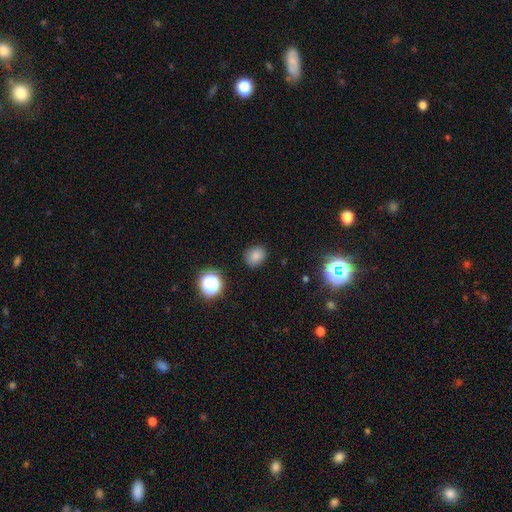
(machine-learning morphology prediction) Q: Smooth or featured?
A: smooth (80%); runner-up: star or artifact (15%)
Q: How rounded?
A: round (62%); runner-up: in between (37%)
Q: Merging?
A: none (84%); runner-up: minor disturbance (11%)